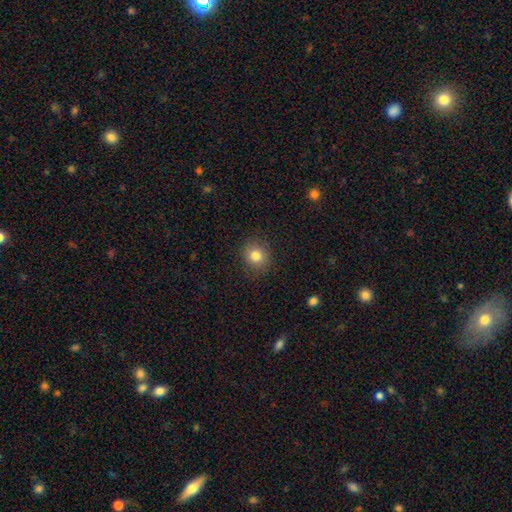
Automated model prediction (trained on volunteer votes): This appears to be a smooth galaxy with no disk features (81%) that is round (82%). Merging: none (88%).